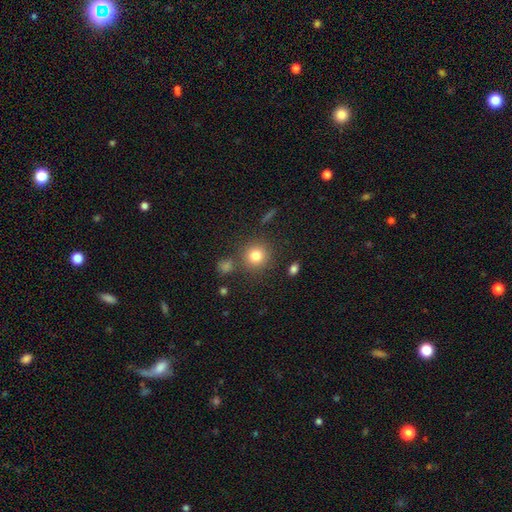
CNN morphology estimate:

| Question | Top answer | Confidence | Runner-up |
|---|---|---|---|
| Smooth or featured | smooth | 81% | star or artifact (12%) |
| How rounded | round | 91% | in between (8%) |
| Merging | none | 81% | minor disturbance (9%) |